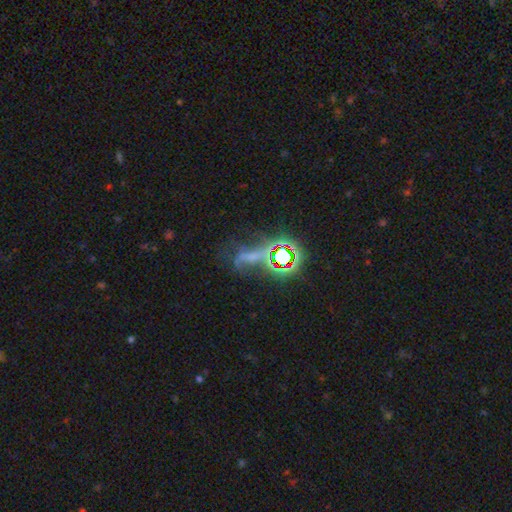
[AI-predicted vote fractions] Morphology: type=star or artifact (61%).